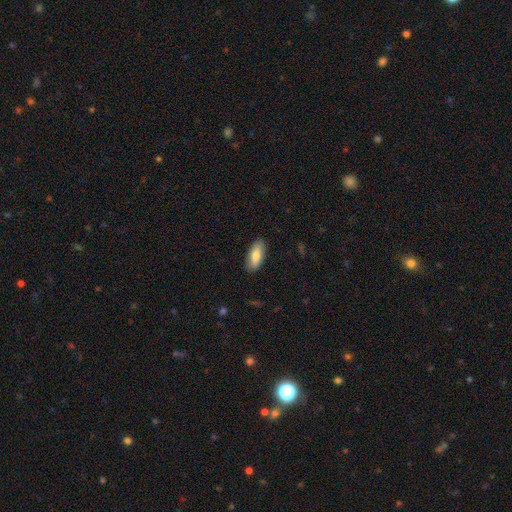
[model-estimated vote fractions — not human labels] This appears to be a smooth galaxy with no disk features (77%) that is in between round and cigar-shaped (79%). Merging: none (86%).